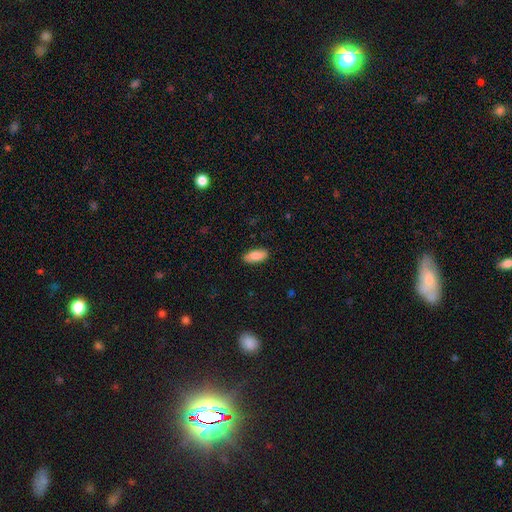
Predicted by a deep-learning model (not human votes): smooth 84%, featured or disk 10%, star or artifact 6%. Down the decision tree: how rounded — in between (85%); merging — none (88%).